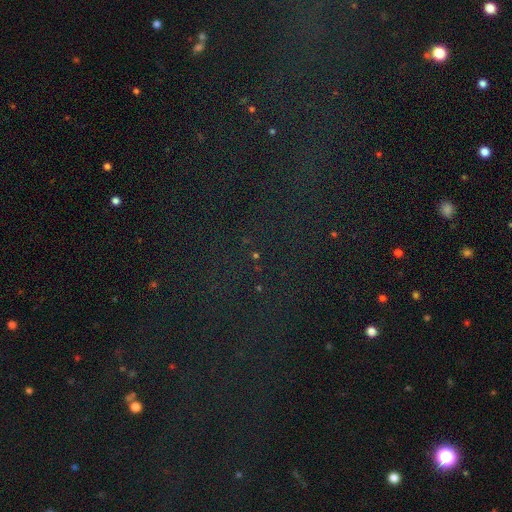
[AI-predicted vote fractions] The model was most divided on "smooth or featured": star or artifact: 74%, smooth: 17%, featured or disk: 9%.